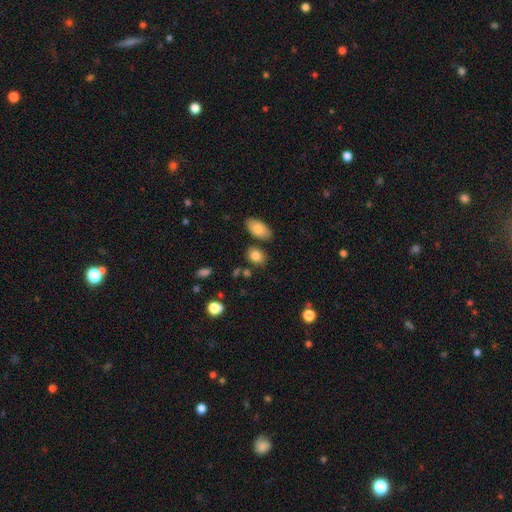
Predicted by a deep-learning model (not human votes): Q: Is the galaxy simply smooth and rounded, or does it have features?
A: smooth — 83%.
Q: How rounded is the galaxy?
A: in between — 65%.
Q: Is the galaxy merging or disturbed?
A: none — 74%.